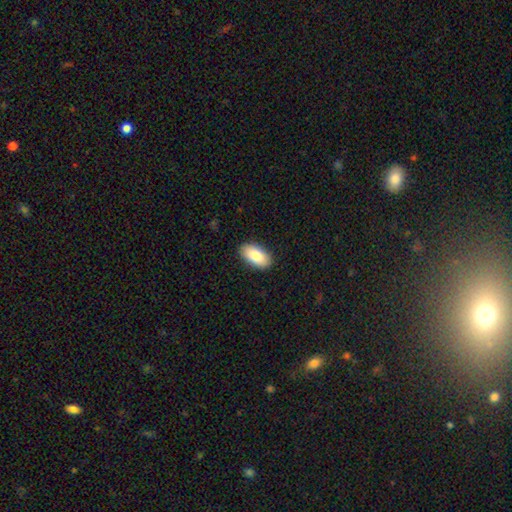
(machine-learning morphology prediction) A smooth galaxy with no disk features (86%) that is in between round and cigar-shaped (95%). Merging: none (89%).